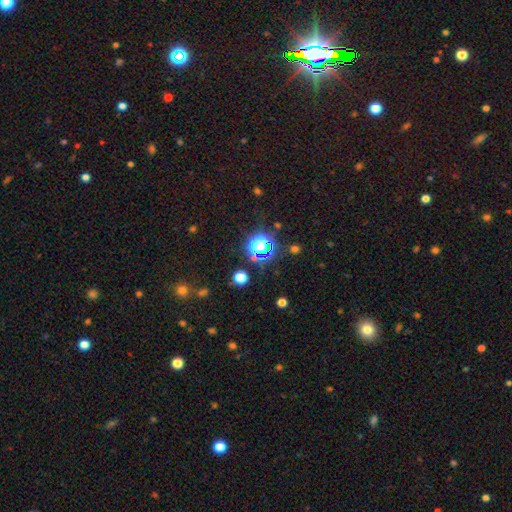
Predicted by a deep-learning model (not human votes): star or artifact 69%, smooth 23%, featured or disk 8%.